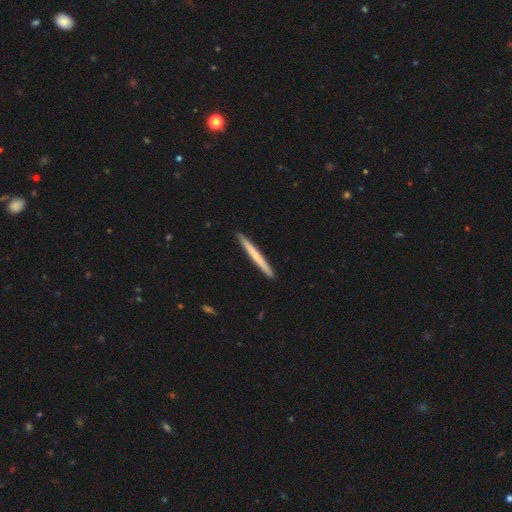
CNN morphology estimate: A smooth galaxy with no disk features (50%). Merging: none (92%).